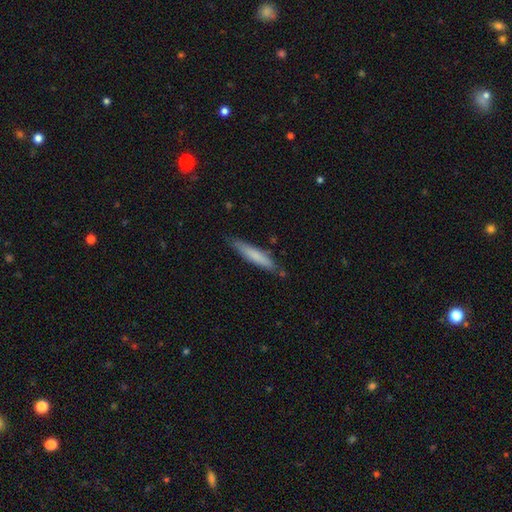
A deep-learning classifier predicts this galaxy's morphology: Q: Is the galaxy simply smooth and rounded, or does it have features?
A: smooth — 73%.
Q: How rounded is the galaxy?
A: cigar-shaped — 91%.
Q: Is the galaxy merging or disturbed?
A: none — 82%.